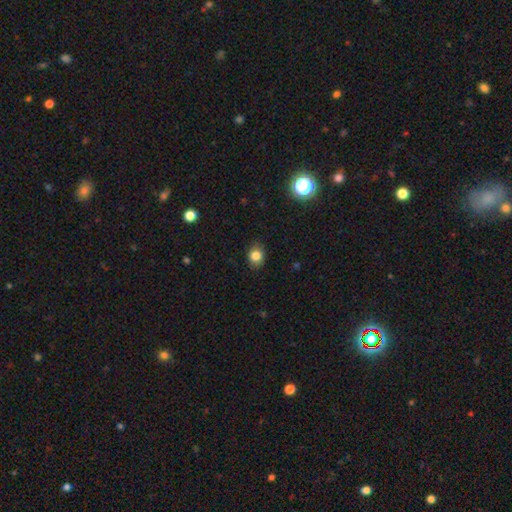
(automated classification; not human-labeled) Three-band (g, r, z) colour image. It shows a smooth galaxy with no disk features (82%) that is round (53%). Merging: none (84%).